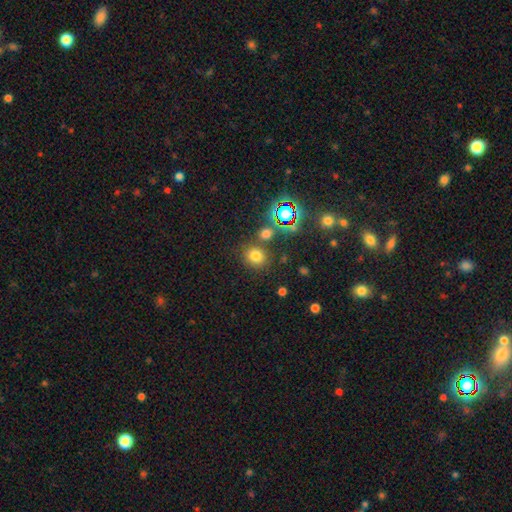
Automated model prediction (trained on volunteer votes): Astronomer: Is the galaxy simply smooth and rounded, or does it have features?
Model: smooth — 70%.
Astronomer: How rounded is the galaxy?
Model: round — 79%.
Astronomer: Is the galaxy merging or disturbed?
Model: none — 75%.